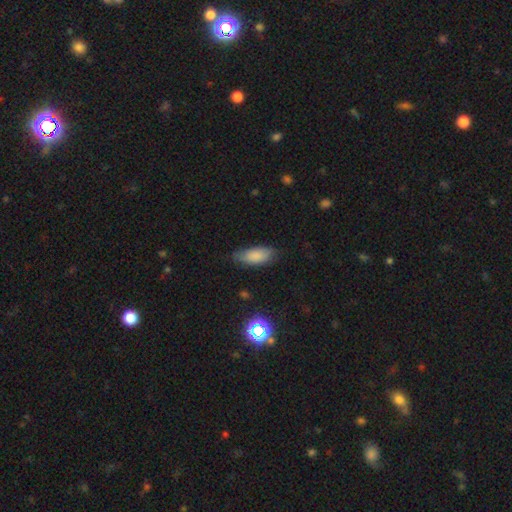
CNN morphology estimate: Smooth or featured? smooth (82%)
How rounded? in between (82%)
Merging? none (68%)